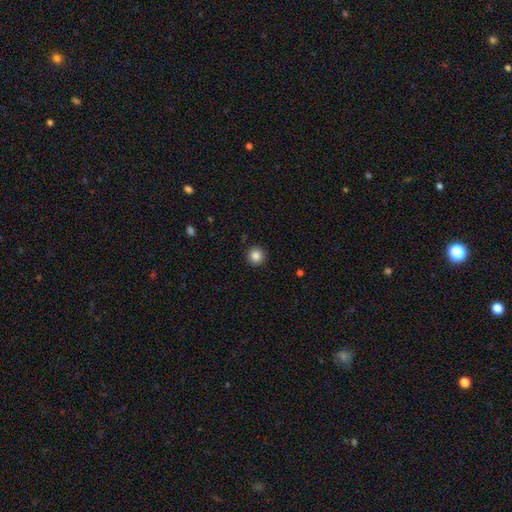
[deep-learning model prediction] A smooth galaxy with no disk features (85%) that is round (95%). Merging: none (92%).